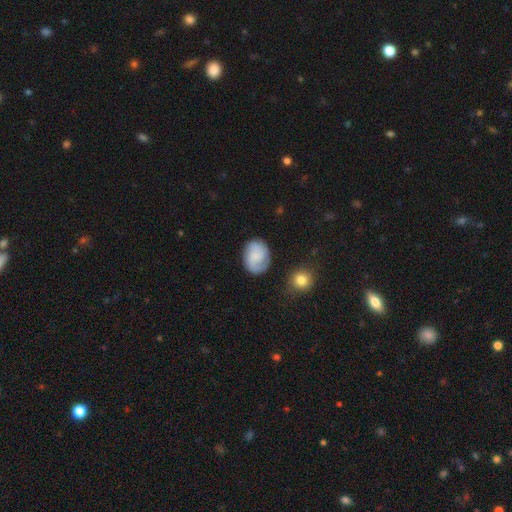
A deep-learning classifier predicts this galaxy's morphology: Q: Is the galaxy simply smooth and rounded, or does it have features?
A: featured or disk — 59%.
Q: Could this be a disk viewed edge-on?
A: no — 98%.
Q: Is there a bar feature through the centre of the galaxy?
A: no — 65%.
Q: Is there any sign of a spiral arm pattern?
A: yes — 93%.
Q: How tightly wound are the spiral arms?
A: tight — 43%.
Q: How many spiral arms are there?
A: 2 — 67%.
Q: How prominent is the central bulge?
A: small — 43%.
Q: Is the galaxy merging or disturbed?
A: none — 78%.